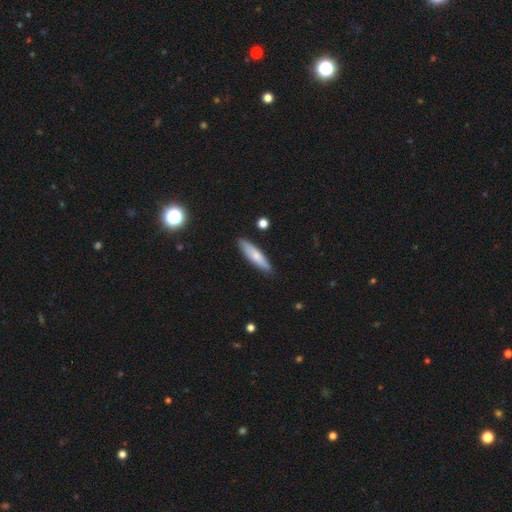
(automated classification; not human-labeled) smooth_or_featured: smooth (p=0.68) [alt: featured or disk p=0.26]
how_rounded: cigar-shaped (p=0.72) [alt: in between p=0.26]
merging: none (p=0.86) [alt: minor disturbance p=0.10]